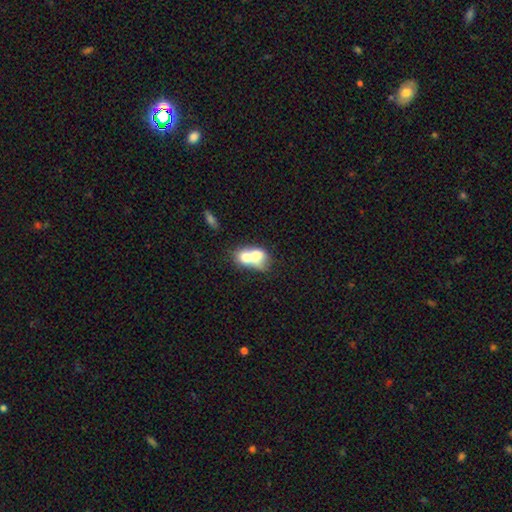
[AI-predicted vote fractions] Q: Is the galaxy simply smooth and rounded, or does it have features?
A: smooth — 65%.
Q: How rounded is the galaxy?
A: in between — 62%.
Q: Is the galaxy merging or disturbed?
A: merger — 74%.